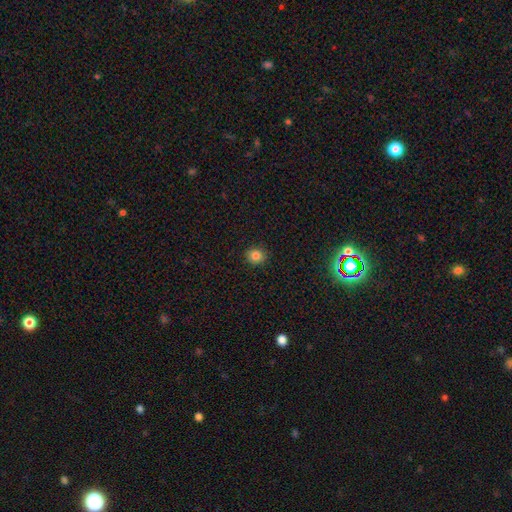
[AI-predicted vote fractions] The model was most divided on "how rounded": round: 83%, in between: 16%, cigar-shaped: 1%. More confident: merging — none (91%); smooth or featured — smooth (82%).